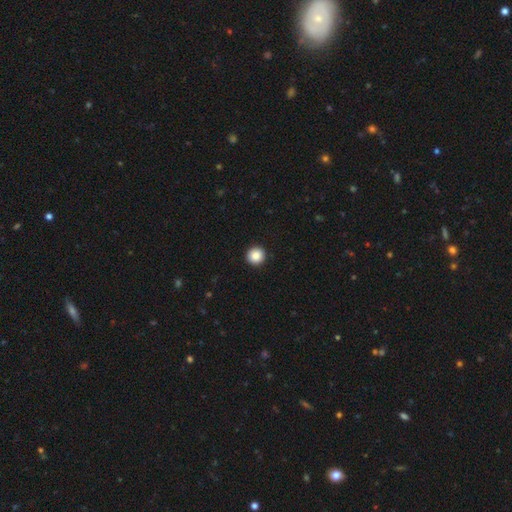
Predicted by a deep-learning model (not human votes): This appears to be a smooth galaxy with no disk features (88%) that is round (95%). Merging: none (93%).